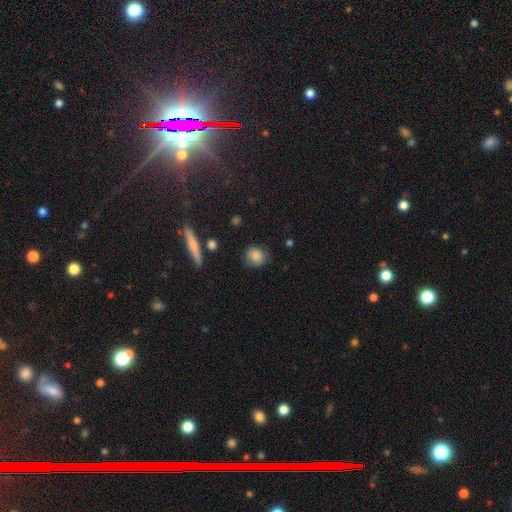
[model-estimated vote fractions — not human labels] smooth 81%, featured or disk 10%, star or artifact 9%. Down the decision tree: how rounded — round (74%); merging — none (73%).